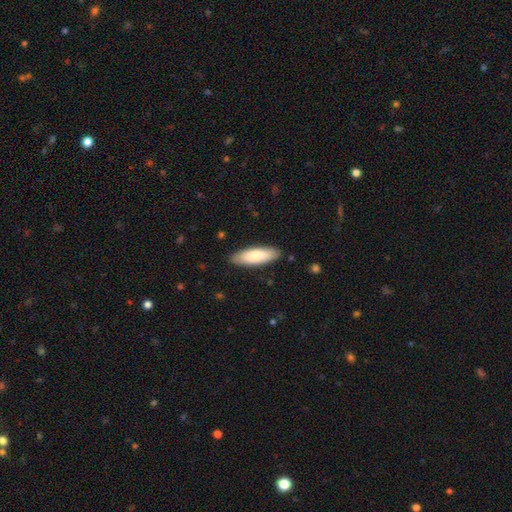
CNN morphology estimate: Smooth or featured? smooth (83%)
How rounded? in between (56%)
Merging? none (88%)